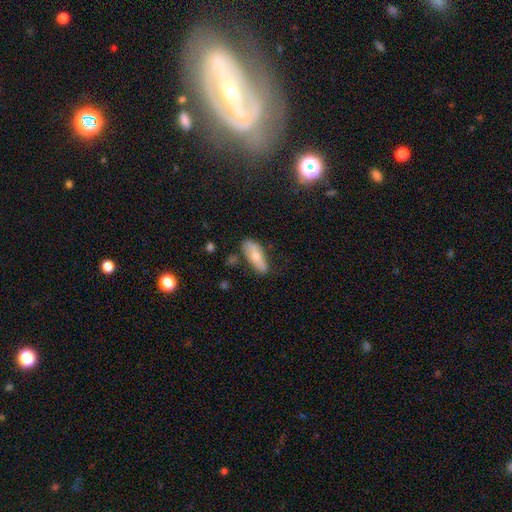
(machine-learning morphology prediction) Smooth or featured?
  - smooth: 70% *
  - featured or disk: 24%
  - star or artifact: 6%
How rounded?
  - in between: 70% *
  - cigar-shaped: 27%
  - round: 2%
Merging?
  - none: 69% *
  - minor disturbance: 22%
  - major disturbance: 5%
  - merger: 4%